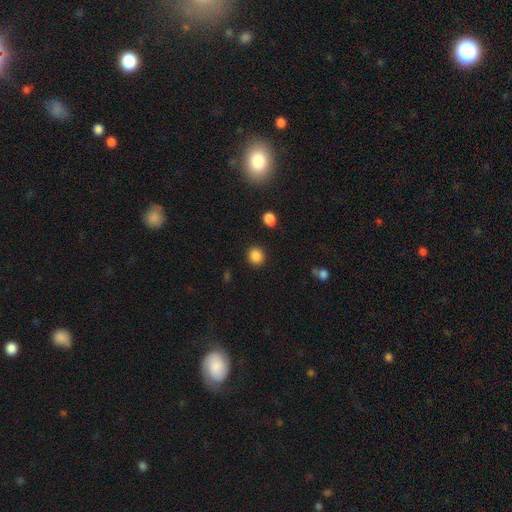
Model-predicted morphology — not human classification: The model was most divided on "how rounded": round: 84%, in between: 15%, cigar-shaped: 1%. More confident: merging — none (89%); smooth or featured — smooth (87%).